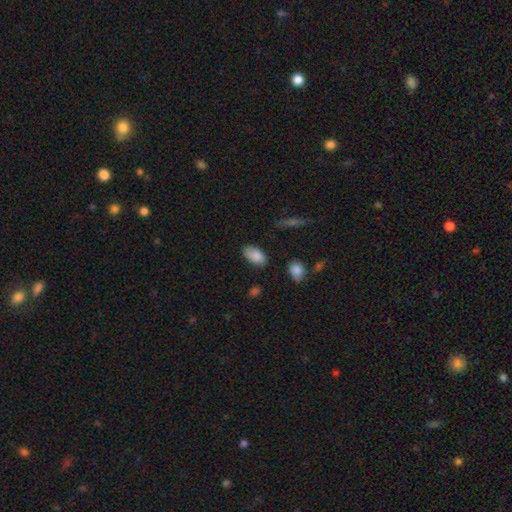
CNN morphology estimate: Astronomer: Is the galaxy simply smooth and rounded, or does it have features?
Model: smooth — 84%.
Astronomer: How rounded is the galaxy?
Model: in between — 94%.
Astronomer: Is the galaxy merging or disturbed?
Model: none — 72%.